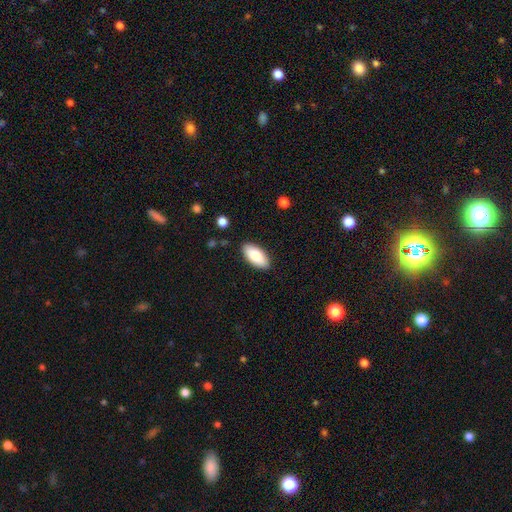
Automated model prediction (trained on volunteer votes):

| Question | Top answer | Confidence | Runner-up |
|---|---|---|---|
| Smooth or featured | smooth | 82% | featured or disk (12%) |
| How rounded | in between | 92% | cigar-shaped (6%) |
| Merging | none | 88% | minor disturbance (9%) |